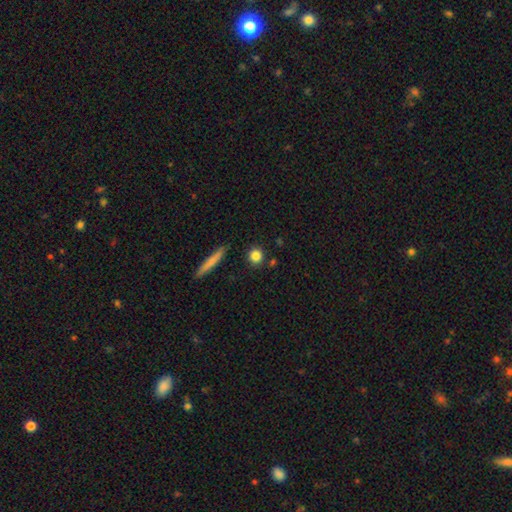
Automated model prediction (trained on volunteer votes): smooth 82%, star or artifact 10%, featured or disk 8%. Down the decision tree: how rounded — round (83%); merging — none (85%).